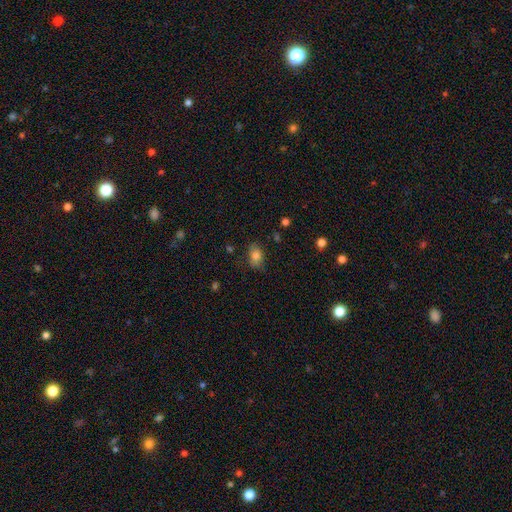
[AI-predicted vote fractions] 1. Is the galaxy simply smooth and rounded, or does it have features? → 80% smooth, 10% star or artifact, 10% featured or disk.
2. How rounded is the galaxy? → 79% in between, 19% round, 2% cigar-shaped.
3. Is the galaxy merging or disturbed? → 75% none, 19% minor disturbance, 5% major disturbance, 2% merger.